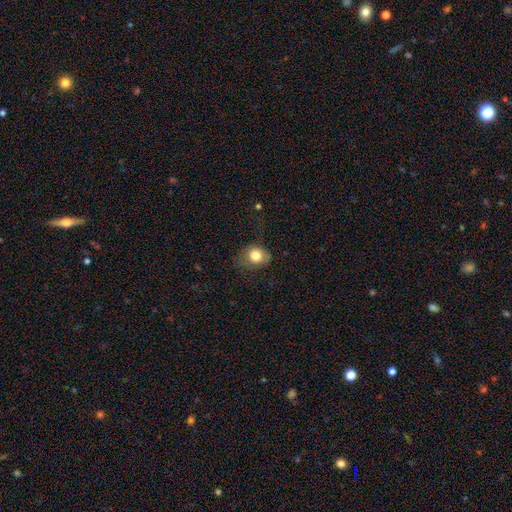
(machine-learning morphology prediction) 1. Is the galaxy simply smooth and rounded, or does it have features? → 79% smooth, 11% featured or disk, 10% star or artifact.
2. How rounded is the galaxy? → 60% round, 39% in between, 1% cigar-shaped.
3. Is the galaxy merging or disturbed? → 63% none, 24% minor disturbance, 11% major disturbance, 1% merger.